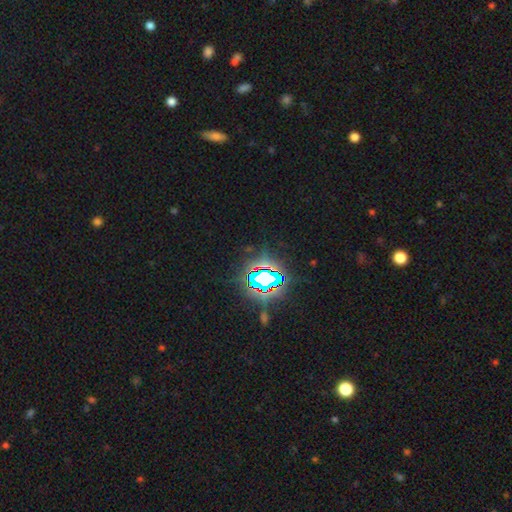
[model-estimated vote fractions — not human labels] The model was most divided on "smooth or featured": star or artifact: 82%, smooth: 11%, featured or disk: 7%.